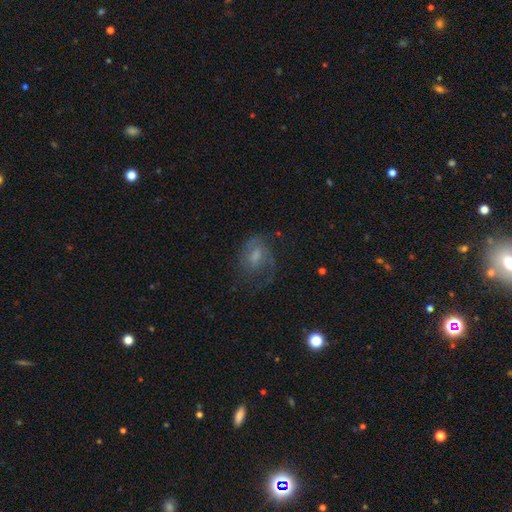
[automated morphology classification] A featured or disk galaxy (55%) with a weak bar (49%), spiral arms (76%) and a moderate central bulge (41%).

Vote fractions:
- Smooth or featured? featured or disk: 55% / smooth: 33% / star or artifact: 11%
- Edge-on disk? no: 96% / yes: 4%
- Bar? weak: 49% / no: 39% / strong: 12%
- Spiral arms? yes: 76% / no: 24%
- Bulge size? moderate: 41% / small: 30% / none: 19% / large: 8% / dominant: 2%
- Merging? none: 49% / major disturbance: 26% / minor disturbance: 22% / merger: 2%